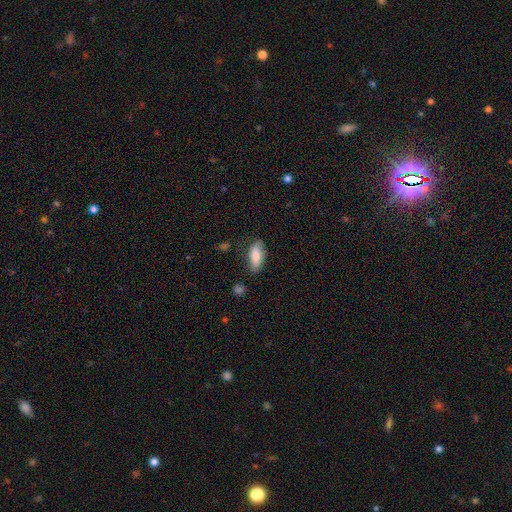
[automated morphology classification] smooth_or_featured: smooth (p=0.82) [alt: featured or disk p=0.11]
how_rounded: in between (p=0.81) [alt: cigar-shaped p=0.16]
merging: none (p=0.72) [alt: minor disturbance p=0.21]